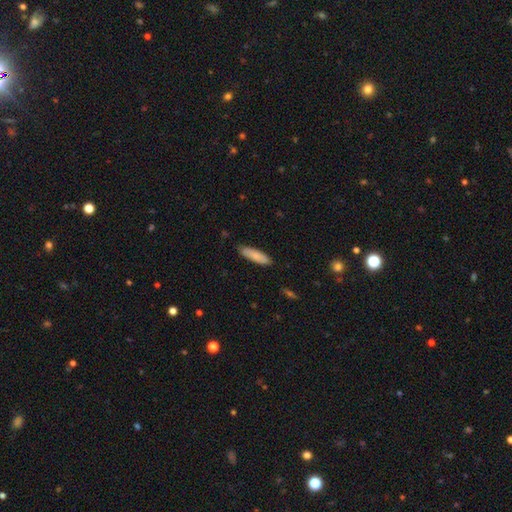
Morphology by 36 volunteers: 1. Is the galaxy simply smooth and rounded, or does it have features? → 86% smooth, 11% featured or disk, 3% star or artifact.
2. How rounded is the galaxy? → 52% cigar-shaped, 45% in between, 3% round.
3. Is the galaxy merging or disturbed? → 94% none, 6% minor disturbance, 0% major disturbance, 0% merger.